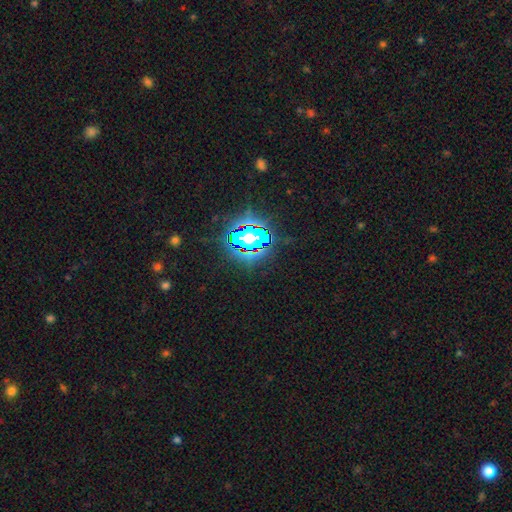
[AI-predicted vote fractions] A star or artifact, not a galaxy (81%).